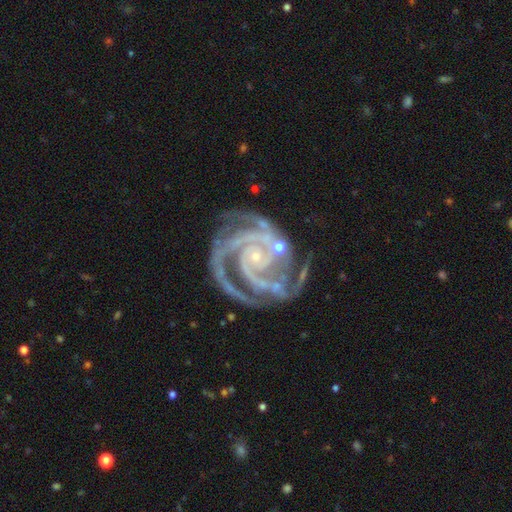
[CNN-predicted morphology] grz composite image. It shows a featured or disk galaxy (93%) with no bar (67%), 3 (37%) tight (71%) spiral arms (99%) and a small central bulge (86%). Merging: none (63%).